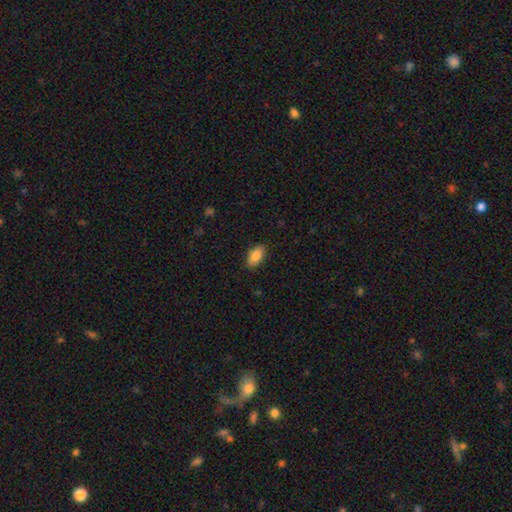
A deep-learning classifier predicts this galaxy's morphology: smooth 86%, featured or disk 7%, star or artifact 7%. Down the decision tree: how rounded — in between (91%); merging — none (87%).